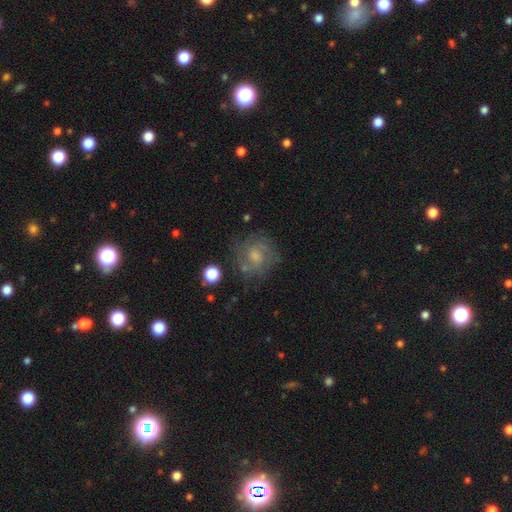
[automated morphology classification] A featured or disk galaxy (60%) with no bar (65%), spiral arms (83%) and a moderate central bulge (44%). Merging: none (70%).